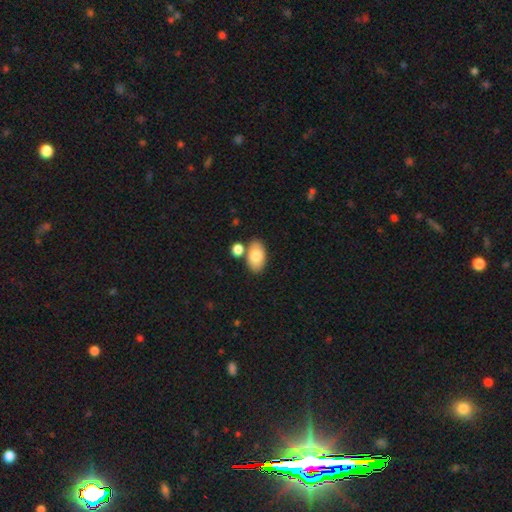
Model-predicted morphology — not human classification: Smooth or featured?
  - smooth: 79% *
  - featured or disk: 14%
  - star or artifact: 7%
How rounded?
  - in between: 93% *
  - round: 6%
  - cigar-shaped: 1%
Merging?
  - none: 72% *
  - merger: 14%
  - minor disturbance: 11%
  - major disturbance: 3%